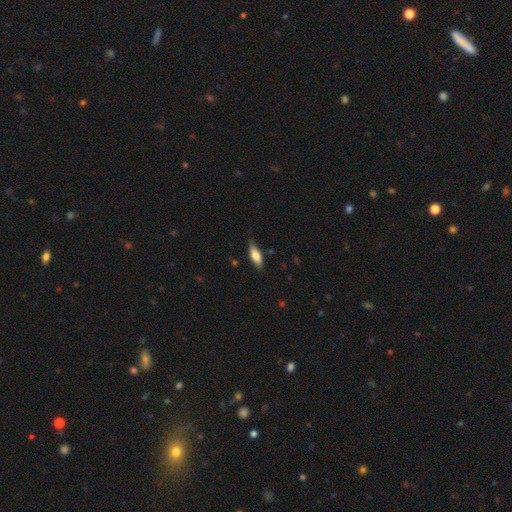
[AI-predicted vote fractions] This is likely a smooth galaxy (74%). How rounded: likely in between (65%). Merging: likely none (71%).